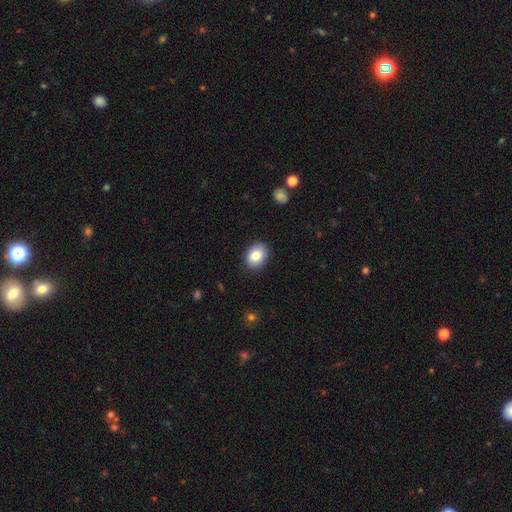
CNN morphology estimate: Q: Smooth or featured?
A: smooth (84%); runner-up: featured or disk (9%)
Q: How rounded?
A: in between (67%); runner-up: round (32%)
Q: Merging?
A: none (87%); runner-up: minor disturbance (10%)